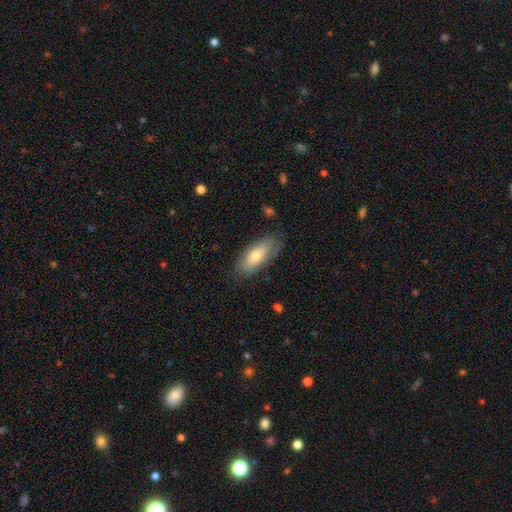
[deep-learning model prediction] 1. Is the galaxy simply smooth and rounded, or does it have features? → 66% smooth, 27% featured or disk, 6% star or artifact.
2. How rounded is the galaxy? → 79% in between, 19% cigar-shaped, 2% round.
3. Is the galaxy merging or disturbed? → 76% none, 18% minor disturbance, 4% major disturbance, 1% merger.